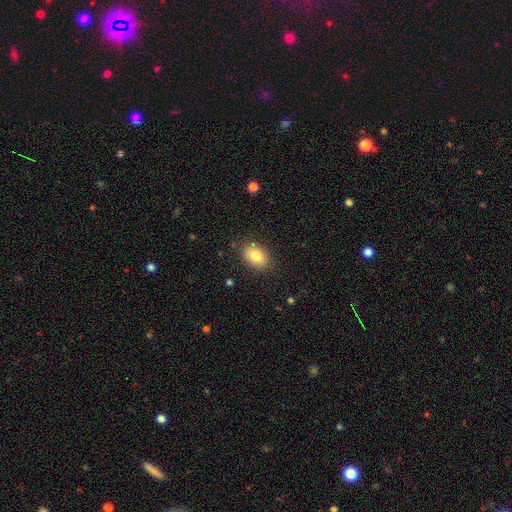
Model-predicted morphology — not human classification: Overall: smooth (82%). How rounded: in between (82%). Merging: none (84%).